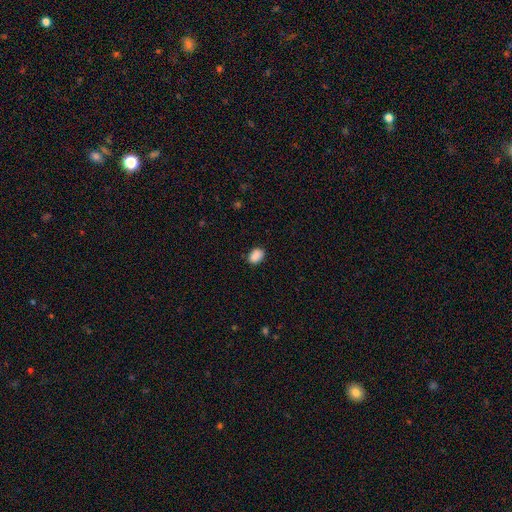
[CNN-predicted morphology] Smooth or featured: smooth — 89% (star or artifact — 8%)
How rounded: in between — 76% (round — 22%)
Merging: none — 85% (minor disturbance — 11%)